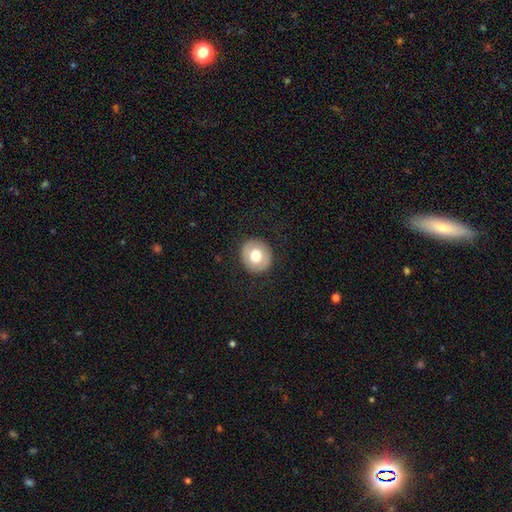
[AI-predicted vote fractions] The model was most divided on "smooth or featured": smooth: 74%, featured or disk: 19%, star or artifact: 8%. More confident: merging — none (90%); how rounded — round (85%).